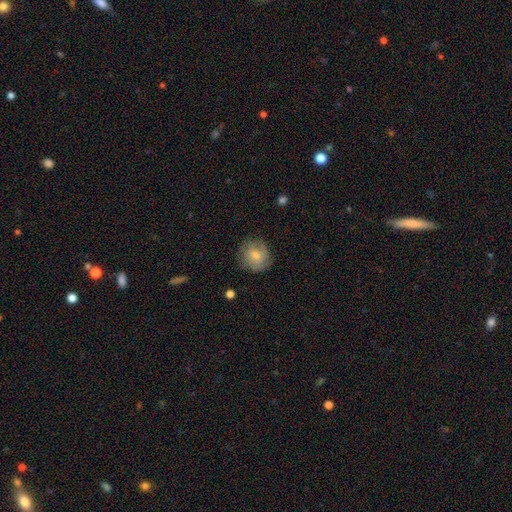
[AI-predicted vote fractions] Smooth or featured? smooth (52%)
How rounded? round (88%)
Merging? none (76%)